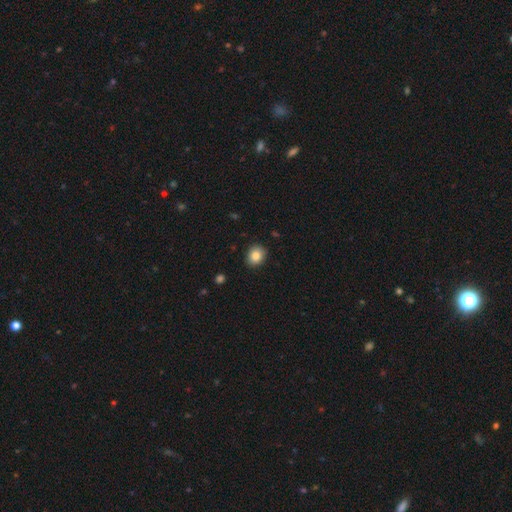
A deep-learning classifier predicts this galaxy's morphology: This appears to be a smooth galaxy with no disk features (85%) that is round (60%). Merging: none (88%).